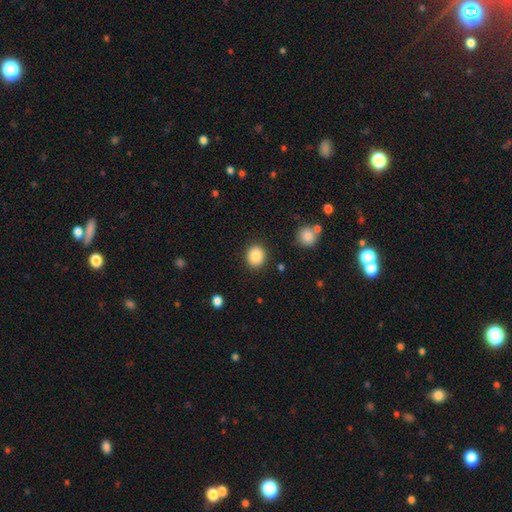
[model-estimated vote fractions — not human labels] Overall: smooth (87%). How rounded: round (80%). Merging: none (90%).